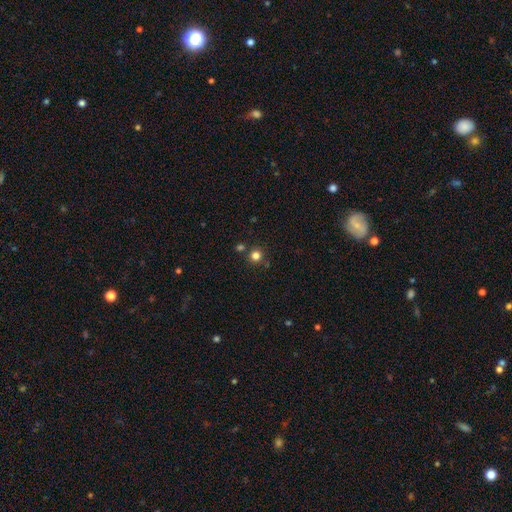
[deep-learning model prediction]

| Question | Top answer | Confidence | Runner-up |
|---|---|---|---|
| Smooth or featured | smooth | 79% | star or artifact (16%) |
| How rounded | round | 94% | in between (5%) |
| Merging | none | 83% | merger (8%) |